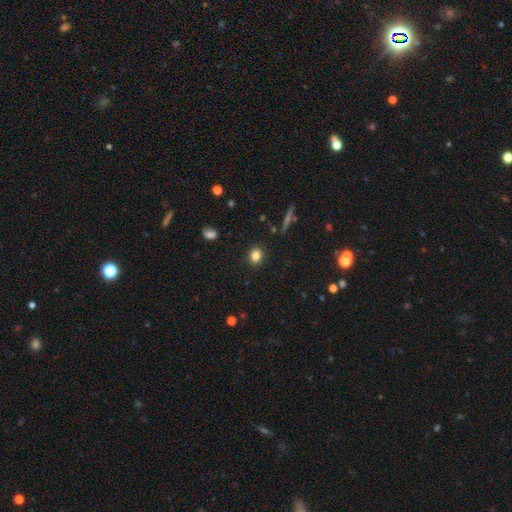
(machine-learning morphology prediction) Overall: smooth (82%). How rounded: round (70%). Merging: none (90%).